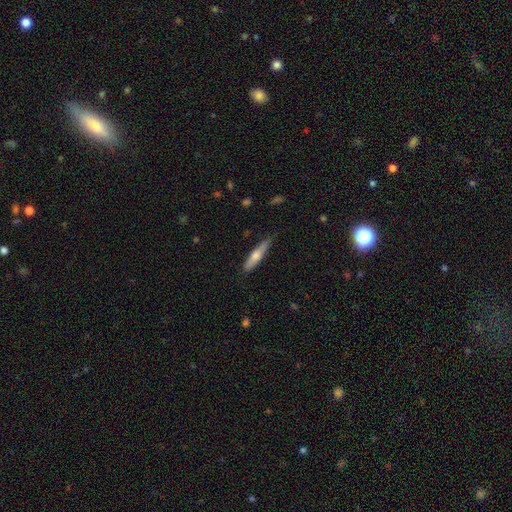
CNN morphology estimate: type=smooth (58%); roundness=cigar-shaped (83%); merging=none (82%).